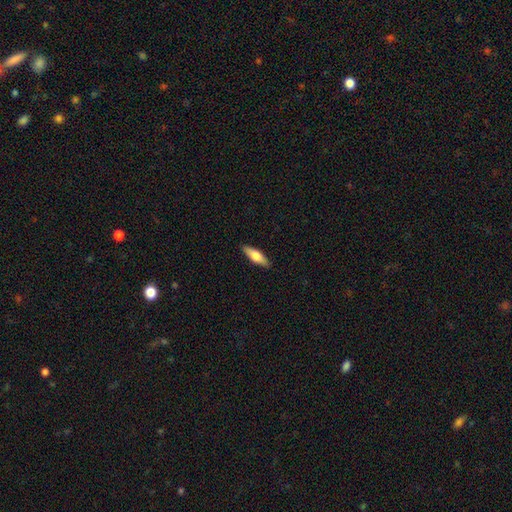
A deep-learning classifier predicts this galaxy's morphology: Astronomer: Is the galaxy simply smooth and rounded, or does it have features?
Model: smooth — 66%.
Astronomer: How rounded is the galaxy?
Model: cigar-shaped — 51% (runner-up: in between, 47%).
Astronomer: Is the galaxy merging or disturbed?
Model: none — 89%.